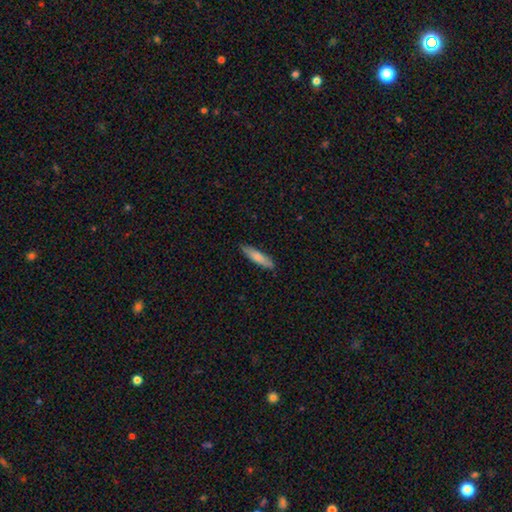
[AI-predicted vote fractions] This appears to be a smooth galaxy with no disk features (75%) that is cigar-shaped (82%). Merging: none (87%).